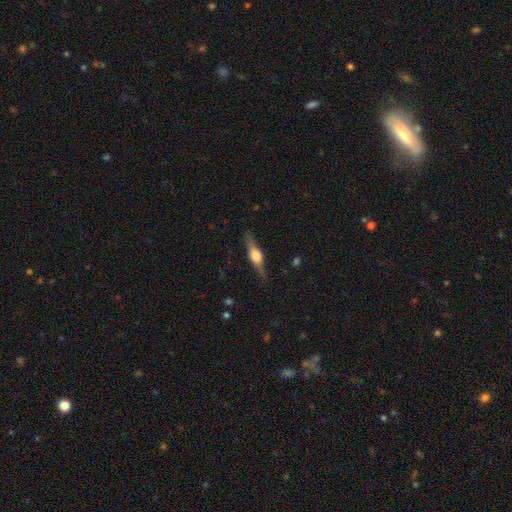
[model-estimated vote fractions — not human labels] Smooth or featured? featured or disk (74%)
Edge-on disk? yes (97%)
Edge-on bulge? rounded (87%)
Merging? none (85%)